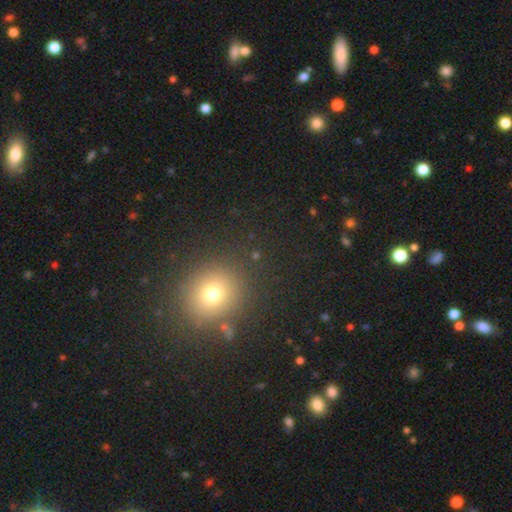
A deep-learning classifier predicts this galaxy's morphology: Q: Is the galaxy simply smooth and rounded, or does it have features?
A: smooth — 64%.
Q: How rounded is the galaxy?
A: round — 82%.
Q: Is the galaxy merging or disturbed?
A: none — 86%.